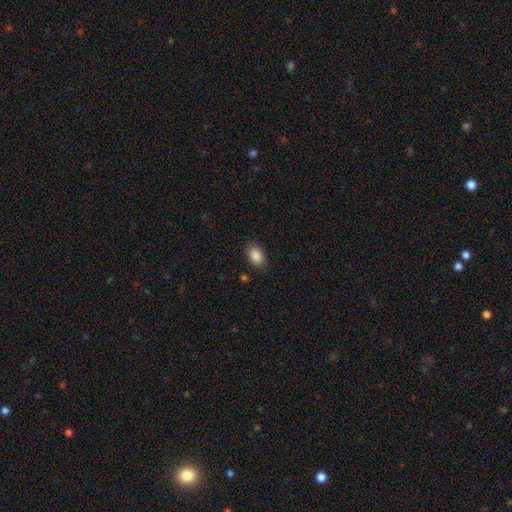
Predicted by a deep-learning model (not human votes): smooth-or-featured: smooth: 88% | star or artifact: 8% | featured or disk: 4%
  how-rounded: in between: 86% | round: 13% | cigar-shaped: 1%
  merging: none: 85% | minor disturbance: 11% | major disturbance: 3% | merger: 1%